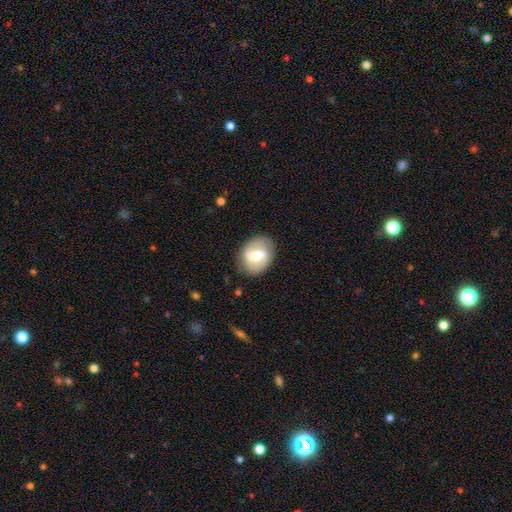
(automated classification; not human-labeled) Smooth or featured: featured or disk — 56% (smooth — 38%)
Edge-on disk: no — 95% (yes — 5%)
Bar: strong — 44% (weak — 42%)
Spiral arms: yes — 61% (no — 39%)
Bulge size: moderate — 54% (large — 22%)
Merging: none — 82% (minor disturbance — 12%)